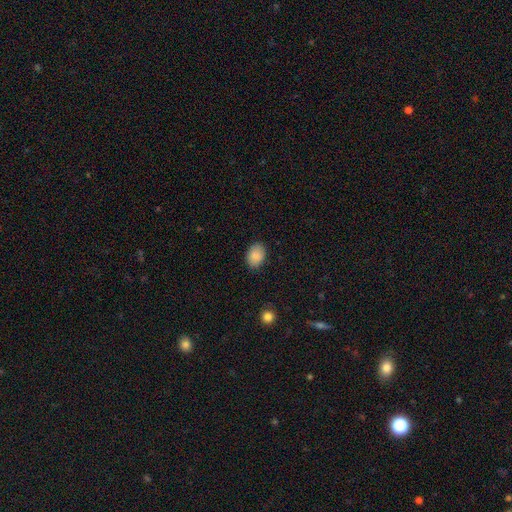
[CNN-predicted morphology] Smooth or featured? Predicted: smooth (p=0.87). How rounded? Predicted: in between (p=0.77). Merging? Predicted: none (p=0.86).